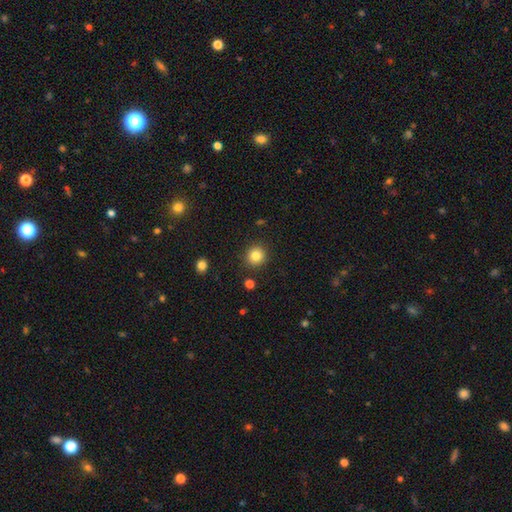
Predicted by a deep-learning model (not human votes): Smooth or featured?
  - smooth: 84% *
  - star or artifact: 11%
  - featured or disk: 5%
How rounded?
  - round: 90% *
  - in between: 9%
  - cigar-shaped: 1%
Merging?
  - none: 89% *
  - minor disturbance: 7%
  - major disturbance: 2%
  - merger: 2%